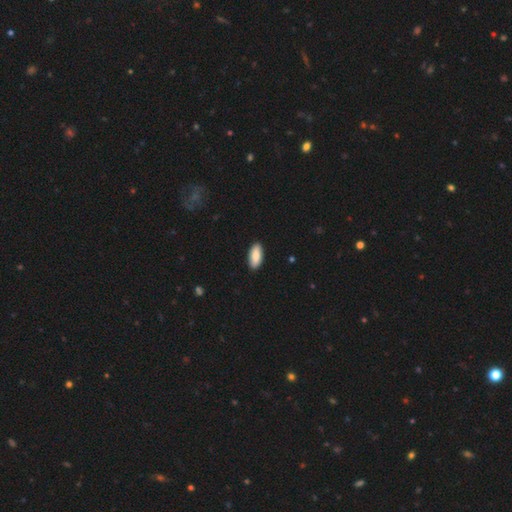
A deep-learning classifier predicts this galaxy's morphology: The model was most divided on "how rounded": in between: 86%, cigar-shaped: 12%, round: 2%. More confident: merging — none (90%); smooth or featured — smooth (84%).